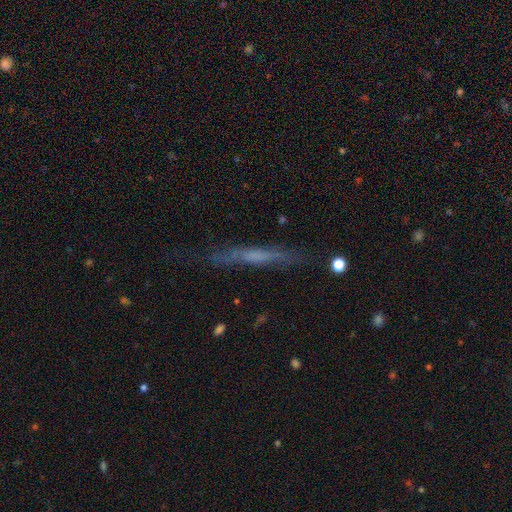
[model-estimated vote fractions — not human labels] smooth_or_featured: featured or disk (p=0.51) [alt: smooth p=0.40]
disk_edge_on: yes (p=0.89) [alt: no p=0.11]
merging: none (p=0.75) [alt: minor disturbance p=0.17]